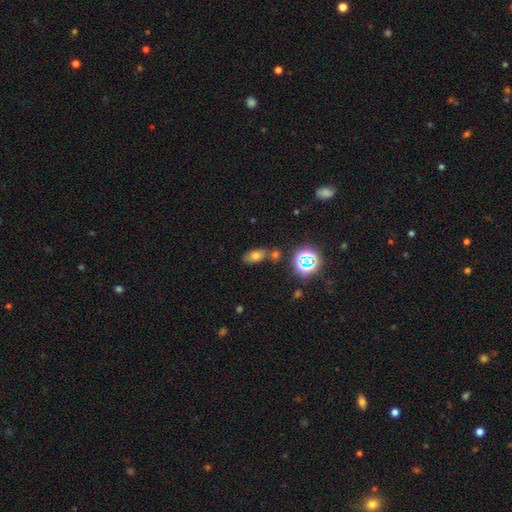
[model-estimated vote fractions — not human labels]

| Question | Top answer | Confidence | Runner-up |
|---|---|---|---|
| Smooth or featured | smooth | 66% | star or artifact (21%) |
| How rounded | in between | 85% | round (11%) |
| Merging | none | 66% | merger (18%) |